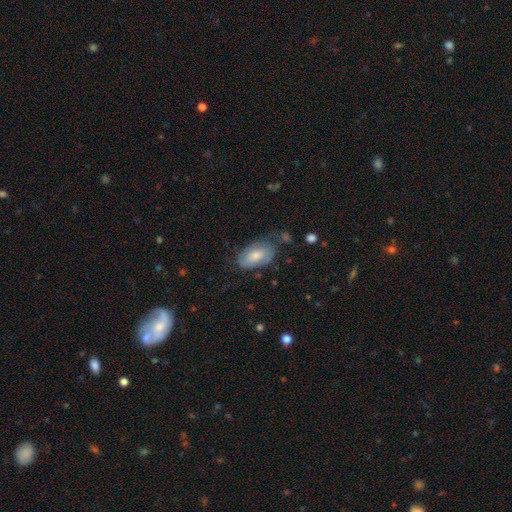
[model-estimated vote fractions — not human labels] smooth-or-featured: smooth: 69% | featured or disk: 25% | star or artifact: 6%
  how-rounded: in between: 93% | round: 4% | cigar-shaped: 3%
  merging: none: 55% | minor disturbance: 29% | major disturbance: 12% | merger: 4%